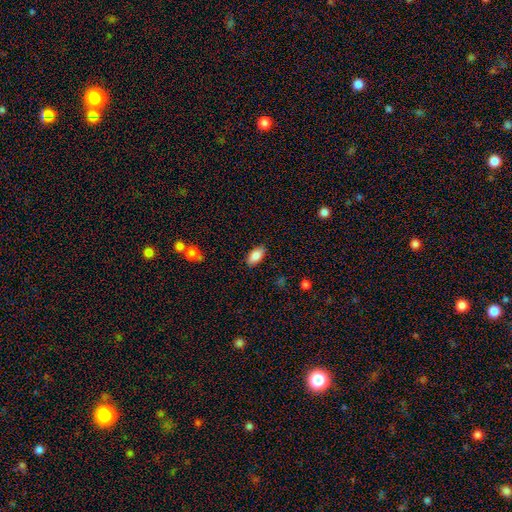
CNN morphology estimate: A smooth galaxy with no disk features (86%) that is in between round and cigar-shaped (92%).

Vote fractions:
- Smooth or featured? smooth: 86% / featured or disk: 7% / star or artifact: 7%
- How rounded? in between: 92% / cigar-shaped: 5% / round: 3%
- Merging? none: 87% / minor disturbance: 10% / major disturbance: 2% / merger: 1%